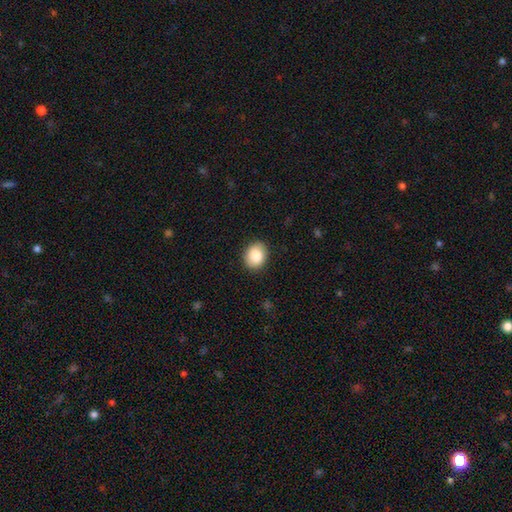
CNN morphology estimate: smooth 87%, star or artifact 7%, featured or disk 6%. Down the decision tree: how rounded — in between (55%); merging — none (87%).